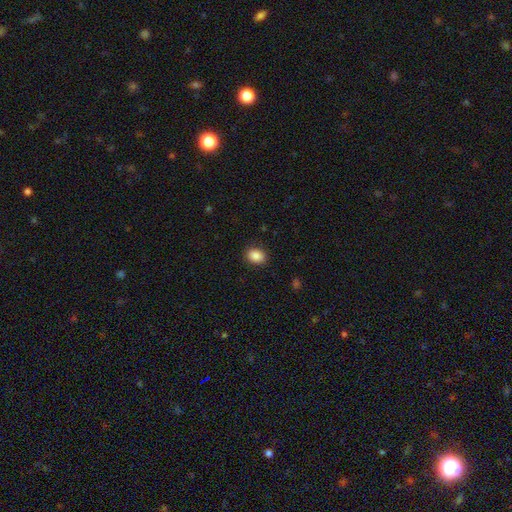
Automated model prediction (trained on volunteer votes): smooth-or-featured: smooth: 88% | star or artifact: 8% | featured or disk: 4%
  how-rounded: in between: 66% | round: 33% | cigar-shaped: 1%
  merging: none: 88% | minor disturbance: 8% | major disturbance: 2% | merger: 1%